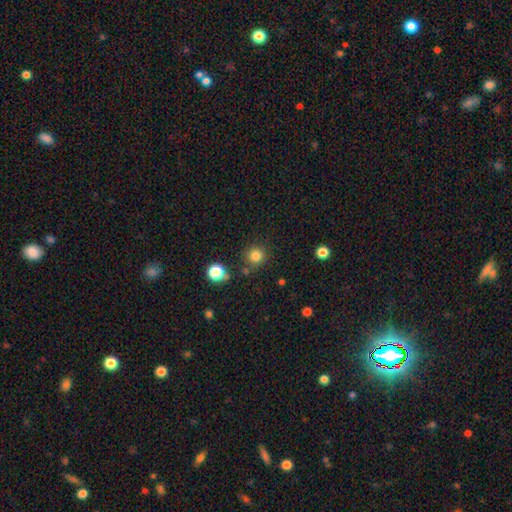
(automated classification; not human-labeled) Smooth or featured? Predicted: smooth (p=0.81). How rounded? Predicted: round (p=0.93). Merging? Predicted: none (p=0.82).